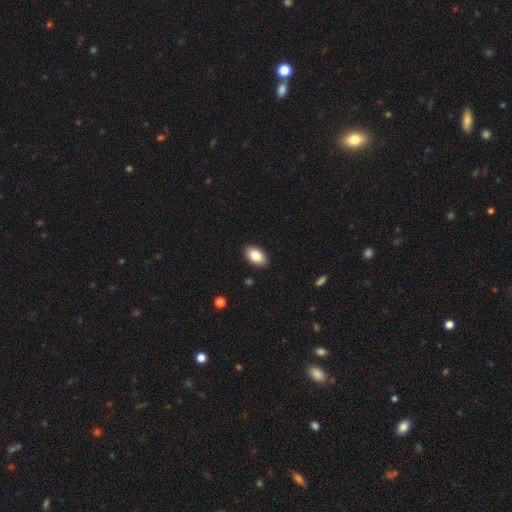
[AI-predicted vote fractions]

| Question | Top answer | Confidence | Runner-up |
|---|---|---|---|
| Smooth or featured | smooth | 86% | star or artifact (7%) |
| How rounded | in between | 92% | round (7%) |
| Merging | none | 89% | minor disturbance (8%) |